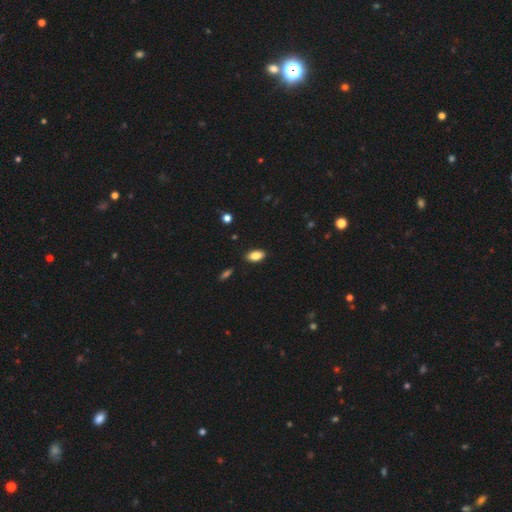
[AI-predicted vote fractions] This is clearly a smooth galaxy (87%). How rounded: clearly in between (92%). Merging: clearly none (88%).